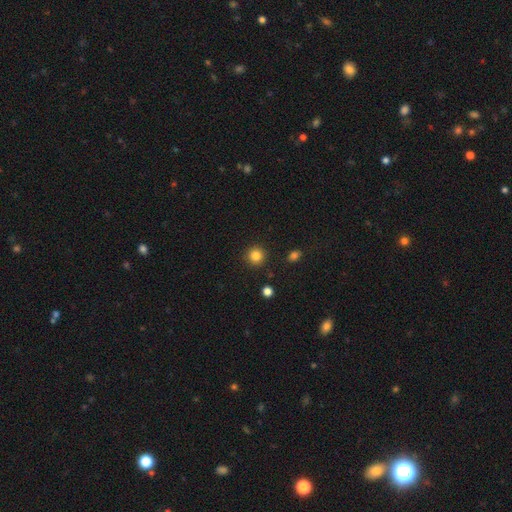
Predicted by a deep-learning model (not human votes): A smooth galaxy with no disk features (84%) that is round (94%).

Vote fractions:
- Smooth or featured? smooth: 84% / star or artifact: 11% / featured or disk: 4%
- How rounded? round: 94% / in between: 5% / cigar-shaped: 1%
- Merging? none: 91% / minor disturbance: 6% / major disturbance: 2% / merger: 2%